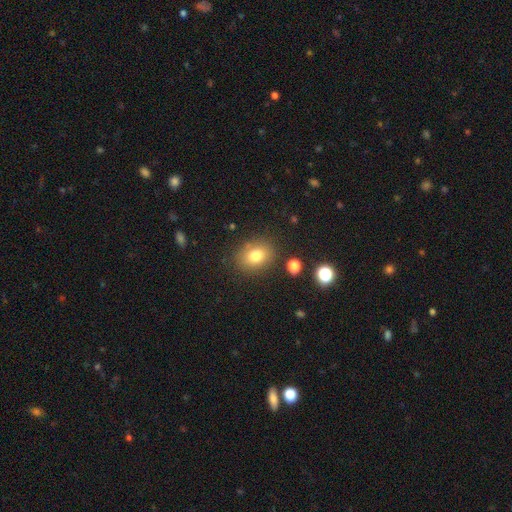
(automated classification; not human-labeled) This is likely a smooth galaxy (77%). How rounded: possibly in between (53%). Merging: clearly none (82%).